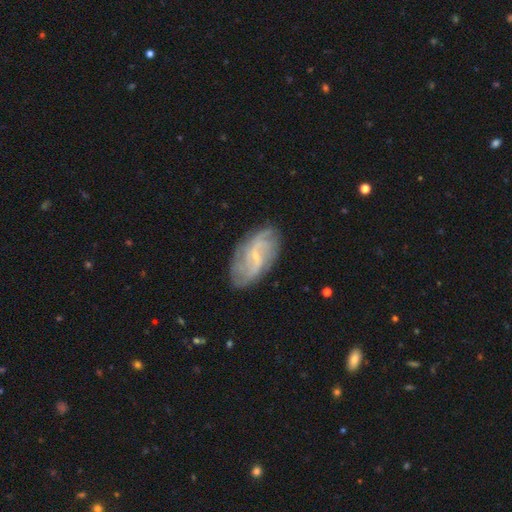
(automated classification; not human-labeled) Morphology: type=featured or disk (79%); edge-on=no (95%); bar=weak (55%); spiral arms=yes (91%); winding=loose (38%); arm count=2 (37%); bulge=small (77%); merging=none (78%).